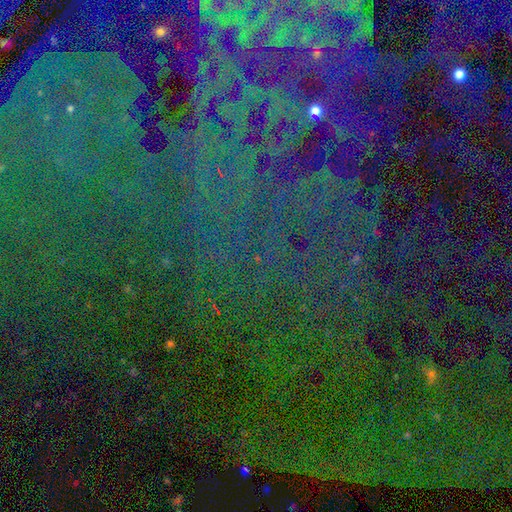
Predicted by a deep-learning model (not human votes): Smooth or featured? Predicted: star or artifact (p=0.78).